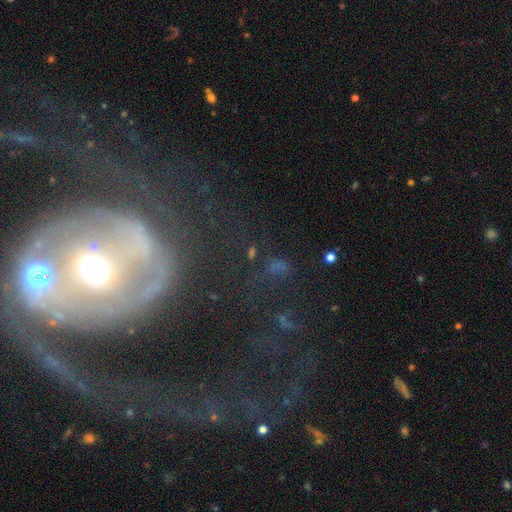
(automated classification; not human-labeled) Morphology: type=featured or disk (80%); edge-on=no (96%); bar=no (50%); spiral arms=yes (78%); winding=medium (37%); arm count=2 (50%); bulge=moderate (65%); merging=major disturbance (41%).